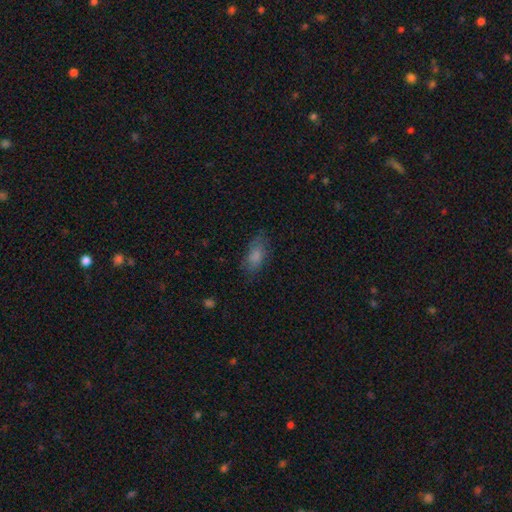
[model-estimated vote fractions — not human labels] smooth-or-featured: smooth: 79% | featured or disk: 12% | star or artifact: 9%
  how-rounded: in between: 86% | cigar-shaped: 11% | round: 4%
  merging: none: 71% | minor disturbance: 20% | major disturbance: 8% | merger: 1%